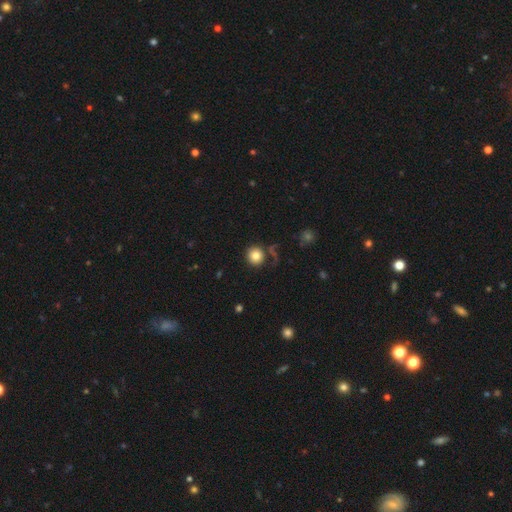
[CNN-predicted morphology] type=smooth (82%); roundness=round (92%); merging=none (80%).